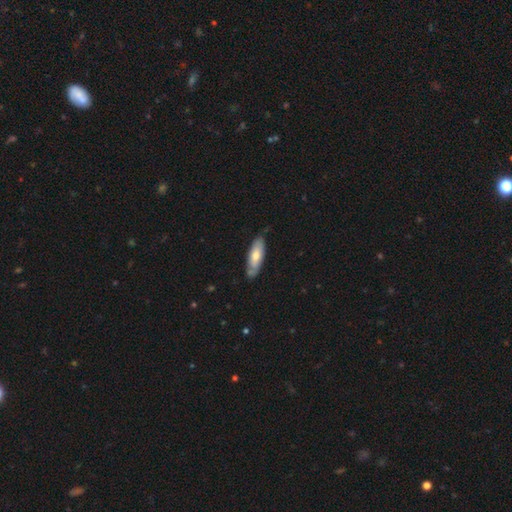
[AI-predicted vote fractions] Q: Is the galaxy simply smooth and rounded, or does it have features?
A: smooth — 61%.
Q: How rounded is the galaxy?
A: in between — 60%.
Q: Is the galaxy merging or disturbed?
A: none — 75%.